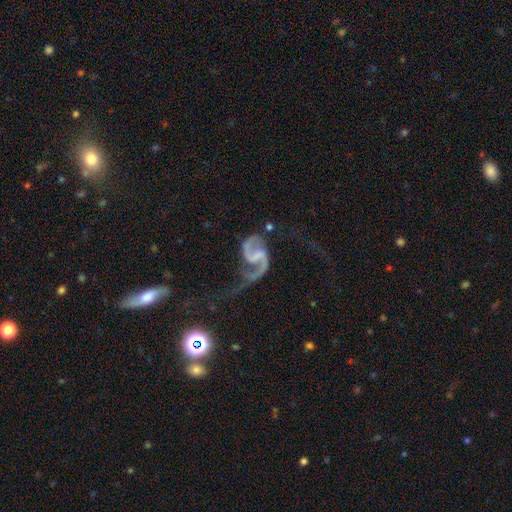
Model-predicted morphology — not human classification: Smooth or featured: featured or disk — 90% (star or artifact — 5%)
Edge-on disk: no — 98% (yes — 2%)
Bar: weak — 48% (no — 27%)
Spiral arms: yes — 96% (no — 4%)
Spiral winding: loose — 58% (medium — 34%)
Spiral arm count: 2 — 88% (1 — 7%)
Bulge size: none — 62% (small — 22%)
Merging: none — 41% (major disturbance — 34%)